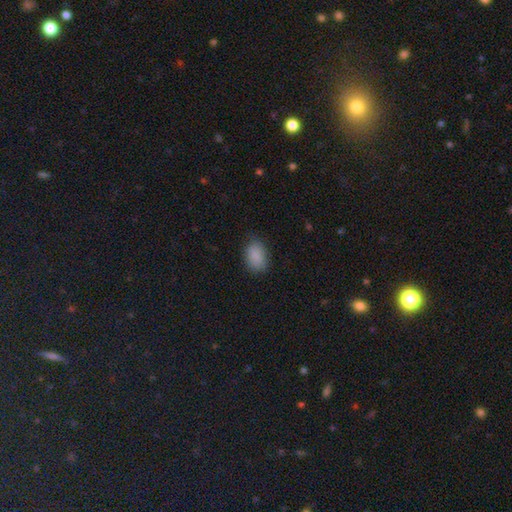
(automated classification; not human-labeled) Morphology: type=smooth (88%); roundness=in between (86%); merging=none (81%).